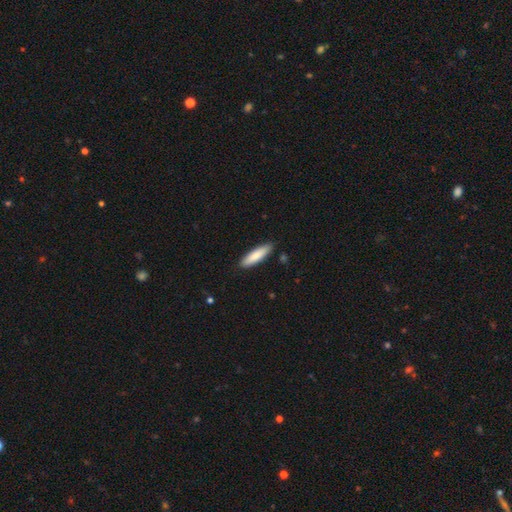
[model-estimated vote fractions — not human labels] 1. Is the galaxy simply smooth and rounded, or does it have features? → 81% smooth, 14% featured or disk, 5% star or artifact.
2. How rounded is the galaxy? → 71% cigar-shaped, 28% in between, 1% round.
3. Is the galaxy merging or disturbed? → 88% none, 9% minor disturbance, 2% major disturbance, 1% merger.